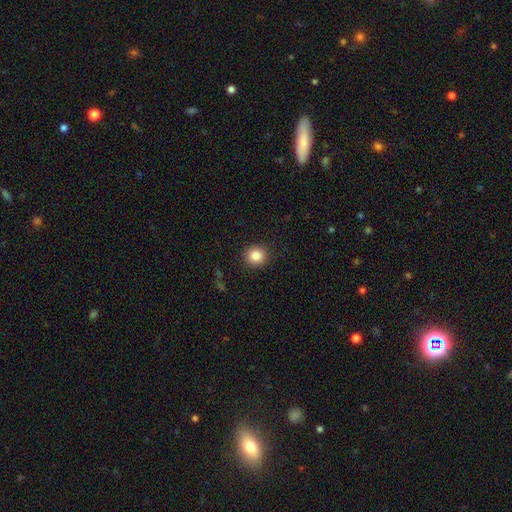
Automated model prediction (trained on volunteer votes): smooth_or_featured: smooth (p=0.86) [alt: star or artifact p=0.10]
how_rounded: round (p=0.89) [alt: in between p=0.10]
merging: none (p=0.90) [alt: minor disturbance p=0.06]